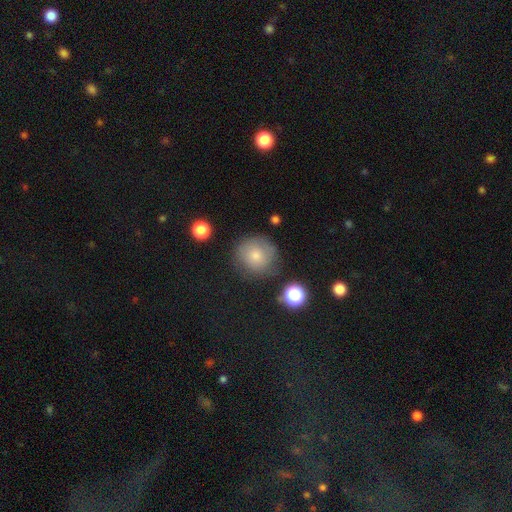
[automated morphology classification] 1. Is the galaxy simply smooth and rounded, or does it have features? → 74% smooth, 15% featured or disk, 11% star or artifact.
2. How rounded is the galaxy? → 91% round, 8% in between, 1% cigar-shaped.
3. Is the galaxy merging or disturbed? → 74% none, 17% minor disturbance, 6% major disturbance, 3% merger.